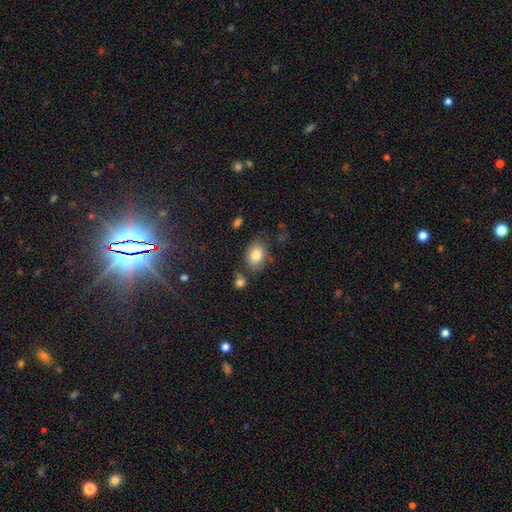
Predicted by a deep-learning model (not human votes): Morphology: type=smooth (82%); roundness=in between (77%); merging=none (71%).